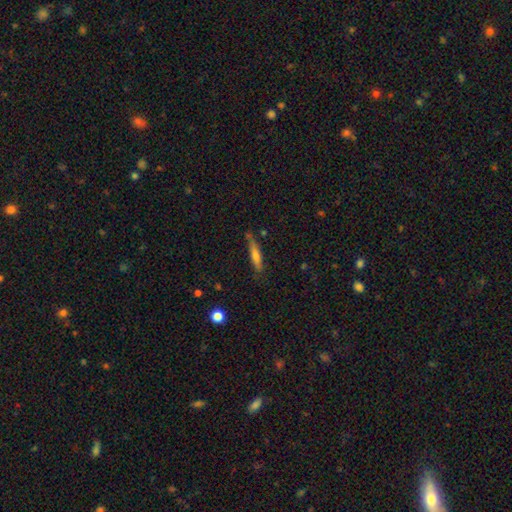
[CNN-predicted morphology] type=smooth (55%); roundness=cigar-shaped (86%); merging=none (74%).